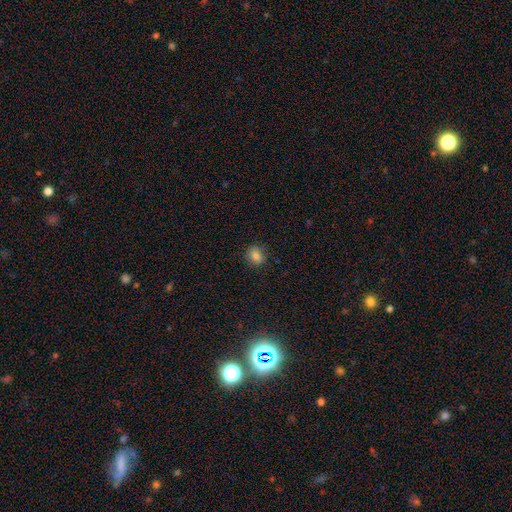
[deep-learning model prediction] Q: Smooth or featured?
A: smooth (83%); runner-up: star or artifact (11%)
Q: How rounded?
A: round (59%); runner-up: in between (40%)
Q: Merging?
A: none (85%); runner-up: minor disturbance (11%)